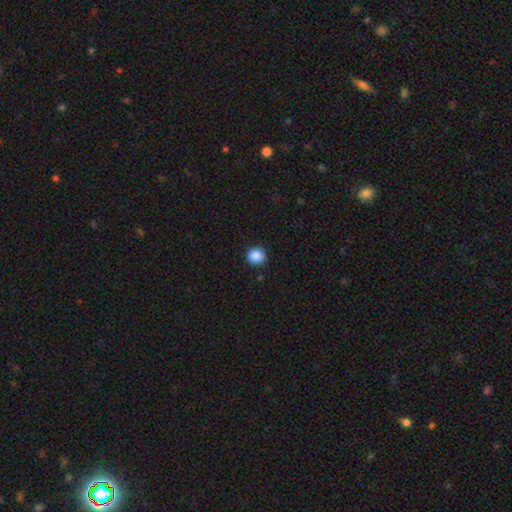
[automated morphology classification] The model was most divided on "smooth or featured": smooth: 88%, star or artifact: 9%, featured or disk: 3%. More confident: how rounded — round (91%); merging — none (90%).